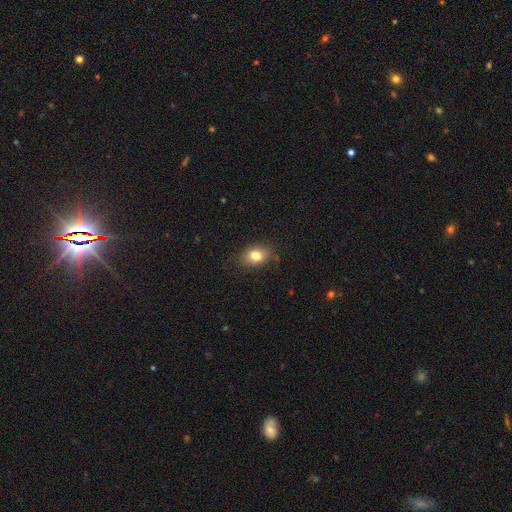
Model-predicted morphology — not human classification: A smooth galaxy with no disk features (78%) that is in between round and cigar-shaped (74%). Merging: none (82%).